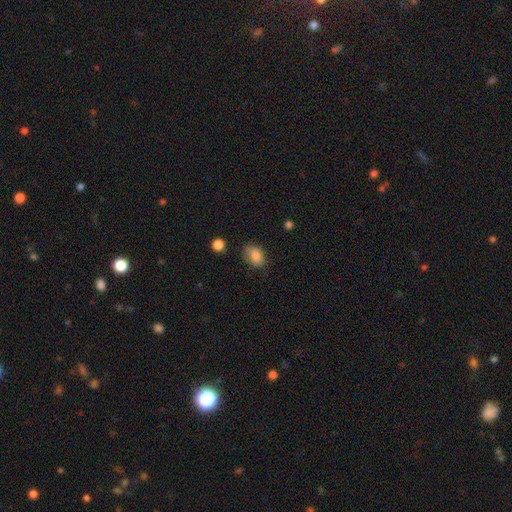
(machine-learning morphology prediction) This is clearly a smooth galaxy (84%). How rounded: likely in between (78%). Merging: likely none (61%).